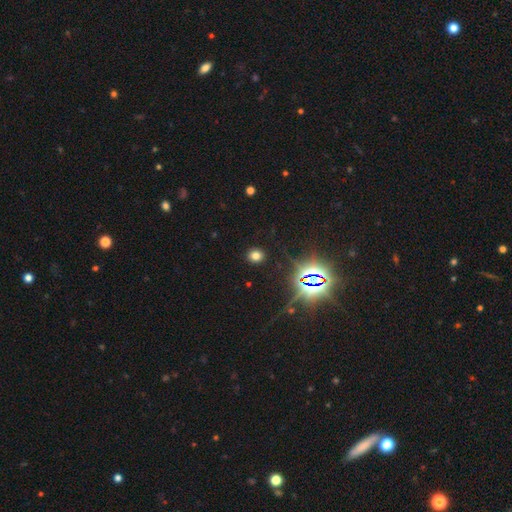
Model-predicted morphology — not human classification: A smooth galaxy with no disk features (68%) that is round (80%).

Vote fractions:
- Smooth or featured? smooth: 68% / star or artifact: 25% / featured or disk: 7%
- How rounded? round: 80% / in between: 19% / cigar-shaped: 1%
- Merging? none: 90% / minor disturbance: 6% / major disturbance: 3% / merger: 1%